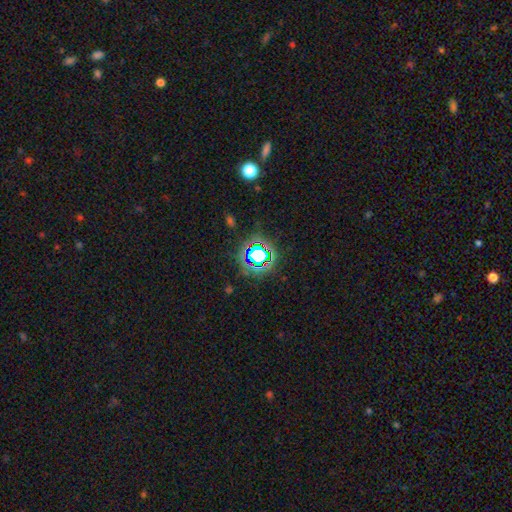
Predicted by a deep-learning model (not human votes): Smooth or featured?
  - star or artifact: 68% *
  - smooth: 20%
  - featured or disk: 12%